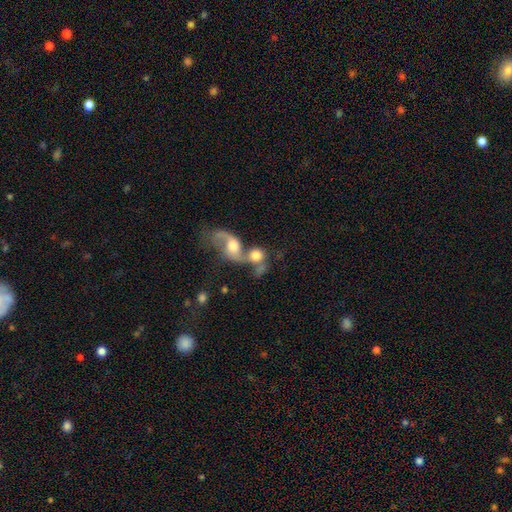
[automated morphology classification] smooth 51%, featured or disk 39%, star or artifact 10%. Down the decision tree: how rounded — round (62%); merging — merger (65%).